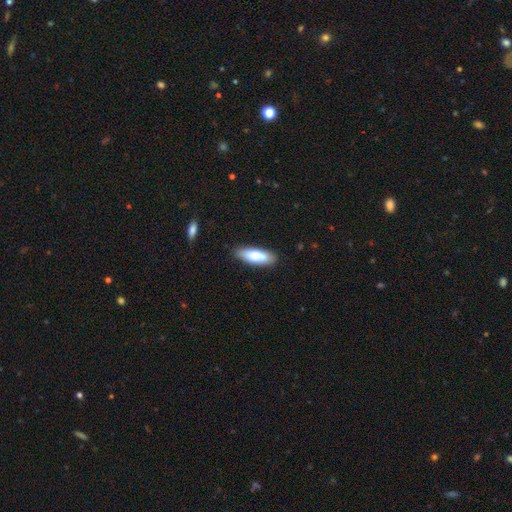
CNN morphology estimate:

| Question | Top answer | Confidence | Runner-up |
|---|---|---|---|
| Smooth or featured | smooth | 80% | featured or disk (14%) |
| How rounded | in between | 58% | cigar-shaped (41%) |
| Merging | none | 80% | minor disturbance (14%) |